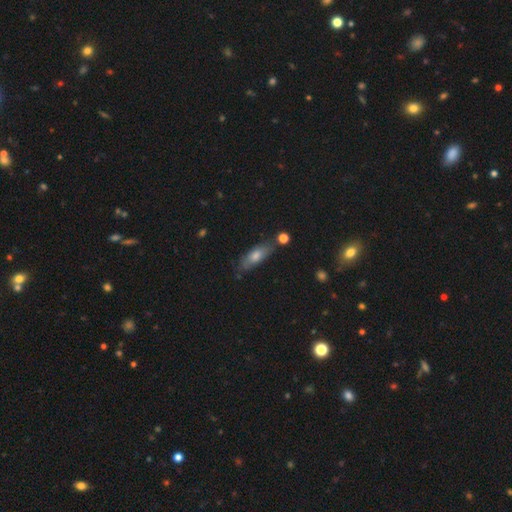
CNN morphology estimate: smooth 69%, featured or disk 24%, star or artifact 7%. Down the decision tree: how rounded — in between (60%); merging — none (67%).